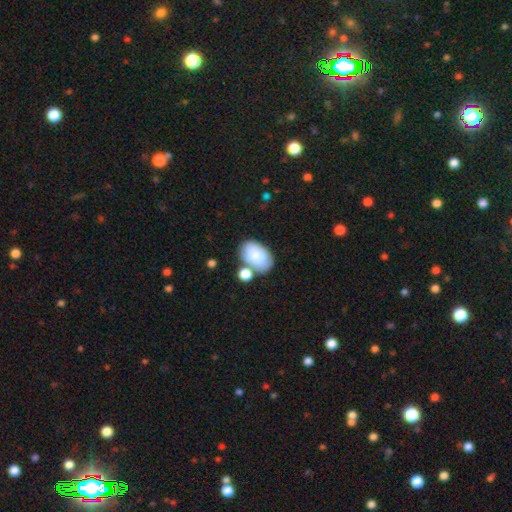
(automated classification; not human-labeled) This appears to be a smooth galaxy with no disk features (81%) that is in between round and cigar-shaped (90%). Merging: none (57%).